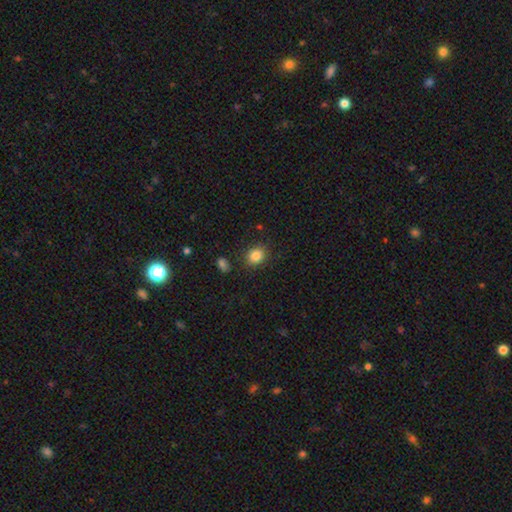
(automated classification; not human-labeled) A smooth galaxy with no disk features (85%) that is round (59%). Merging: none (84%).